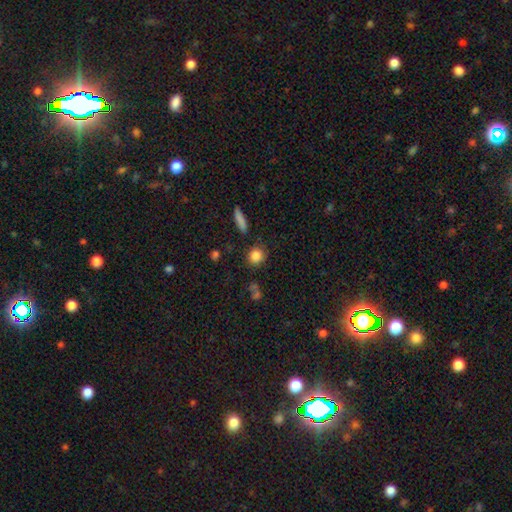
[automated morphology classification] smooth-or-featured: smooth: 85% | star or artifact: 9% | featured or disk: 5%
  how-rounded: round: 80% | in between: 18% | cigar-shaped: 2%
  merging: none: 83% | minor disturbance: 11% | merger: 4% | major disturbance: 3%